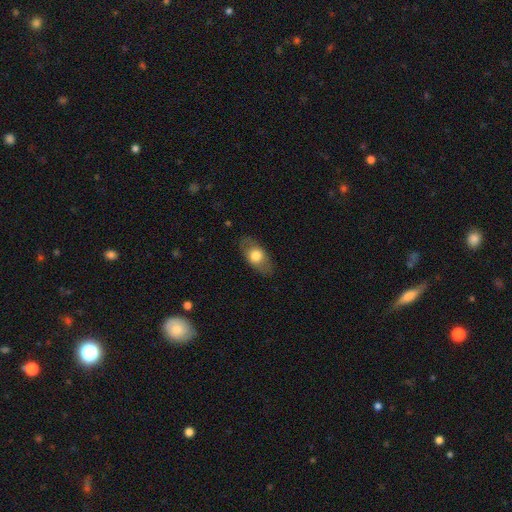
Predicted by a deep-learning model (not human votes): The model was most divided on "smooth or featured": smooth: 64%, featured or disk: 30%, star or artifact: 6%. More confident: how rounded — in between (85%); merging — none (81%).